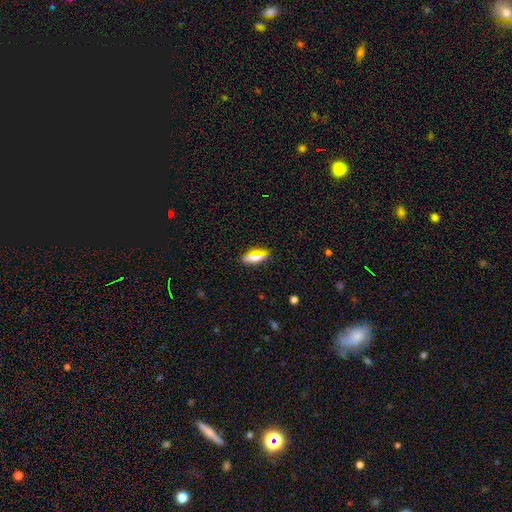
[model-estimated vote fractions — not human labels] Morphology: type=smooth (62%); roundness=in between (57%); merging=none (87%).